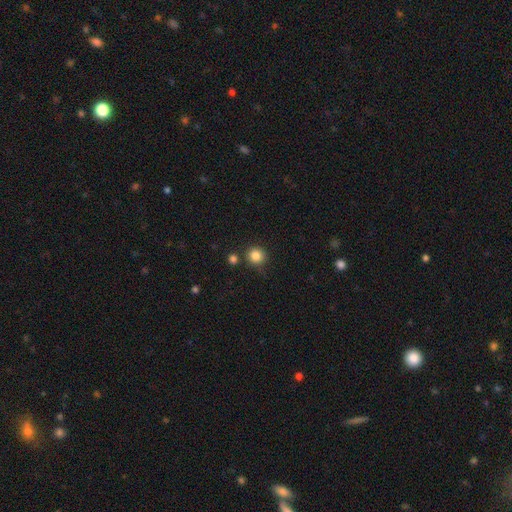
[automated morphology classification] This is clearly a smooth galaxy (84%). How rounded: clearly round (91%). Merging: likely none (80%).